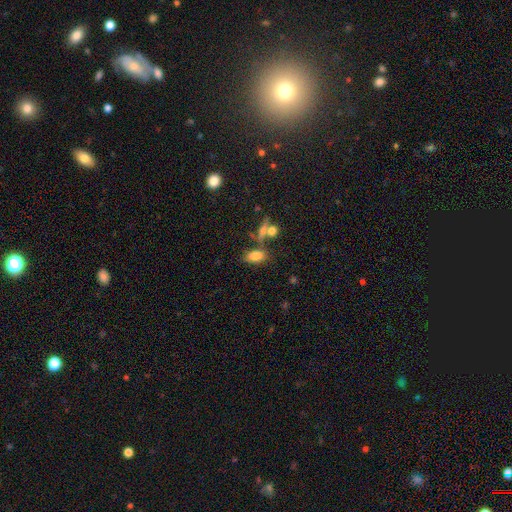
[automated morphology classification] This appears to be a smooth galaxy with no disk features (78%) that is in between round and cigar-shaped (88%). Merging: none (65%).